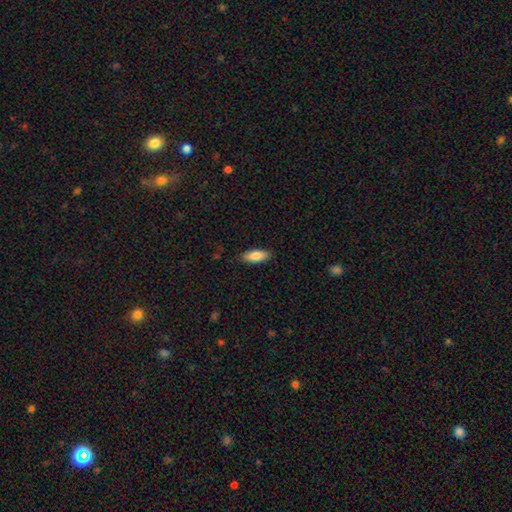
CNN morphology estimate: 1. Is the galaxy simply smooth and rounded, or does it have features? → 84% smooth, 10% featured or disk, 6% star or artifact.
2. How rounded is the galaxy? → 77% in between, 21% cigar-shaped, 2% round.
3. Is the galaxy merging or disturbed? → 86% none, 10% minor disturbance, 2% major disturbance, 1% merger.